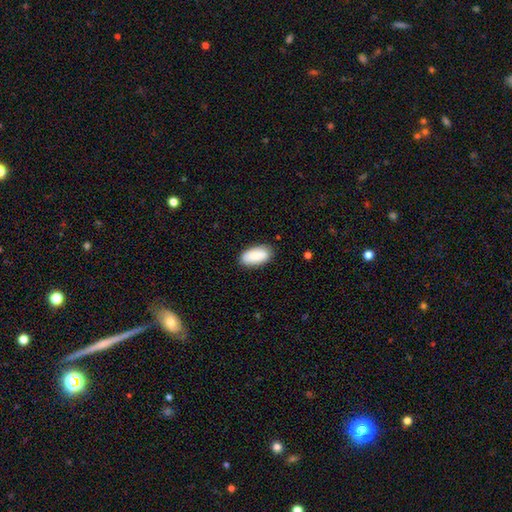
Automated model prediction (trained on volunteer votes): This is clearly a smooth galaxy (88%). How rounded: clearly in between (93%). Merging: clearly none (85%).